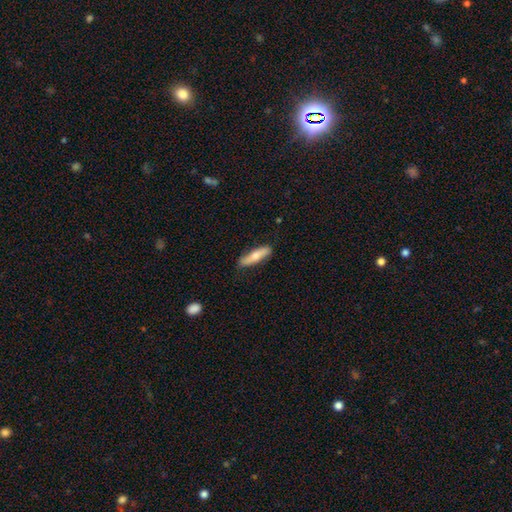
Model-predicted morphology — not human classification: smooth_or_featured: smooth (p=0.65) [alt: featured or disk p=0.30]
how_rounded: cigar-shaped (p=0.71) [alt: in between p=0.27]
merging: none (p=0.84) [alt: minor disturbance p=0.13]